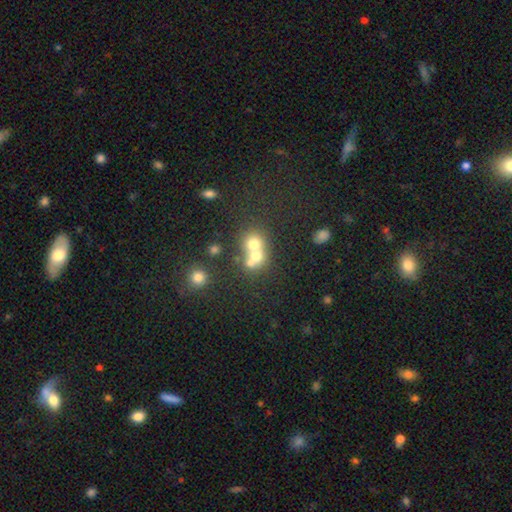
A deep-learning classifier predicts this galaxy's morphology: A smooth galaxy with no disk features (64%) that is round (76%). Merging: merger (62%).